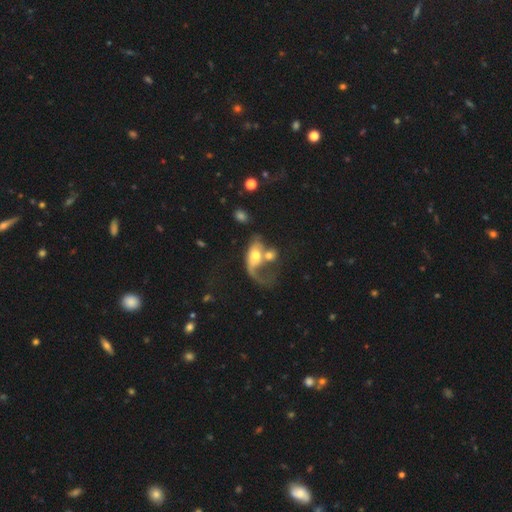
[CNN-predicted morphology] This appears to be a featured or disk galaxy (54%) with no bar (74%), spiral arms (57%) and a moderate central bulge (64%). Merging: merger (49%).